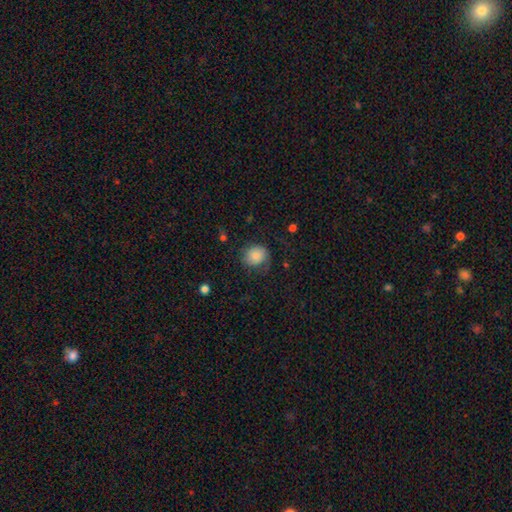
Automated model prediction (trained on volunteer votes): Smooth or featured? smooth (74%)
How rounded? round (74%)
Merging? none (56%)